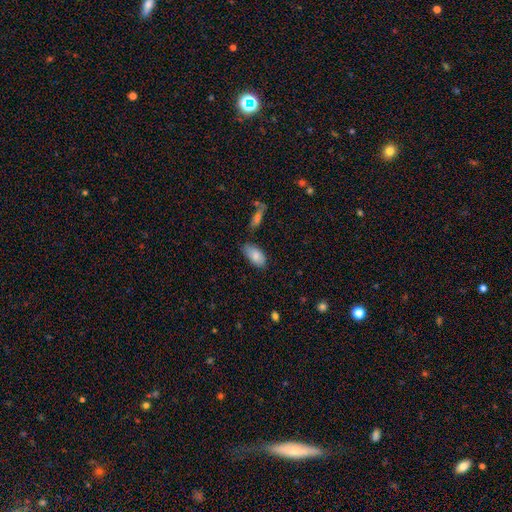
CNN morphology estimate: smooth_or_featured: smooth (p=0.83) [alt: featured or disk p=0.10]
how_rounded: in between (p=0.92) [alt: cigar-shaped p=0.05]
merging: none (p=0.67) [alt: minor disturbance p=0.23]